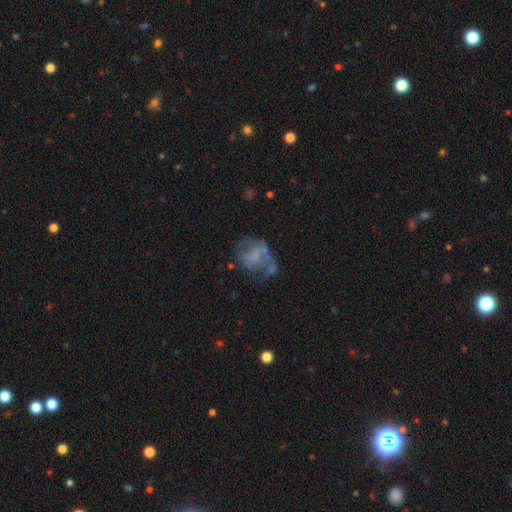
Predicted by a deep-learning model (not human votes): smooth_or_featured: featured or disk (p=0.52) [alt: smooth p=0.37]
disk_edge_on: no (p=0.98) [alt: yes p=0.02]
bar: no (p=0.75) [alt: weak p=0.20]
has_spiral_arms: no (p=0.66) [alt: yes p=0.34]
bulge_size: none (p=0.64) [alt: small p=0.15]
merging: none (p=0.37) [alt: major disturbance p=0.32]